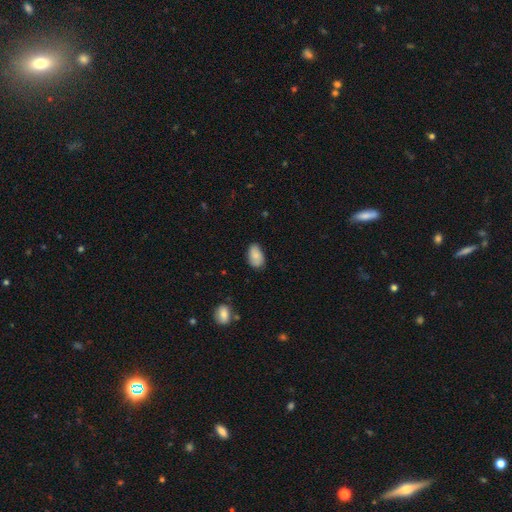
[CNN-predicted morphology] A smooth galaxy with no disk features (80%) that is in between round and cigar-shaped (92%). Merging: none (74%).